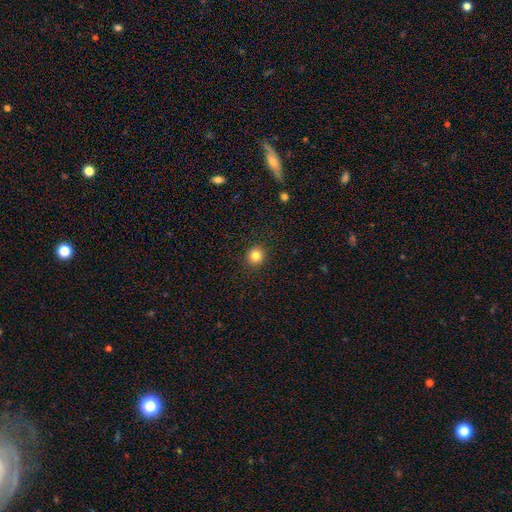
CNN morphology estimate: This is clearly a smooth galaxy (84%). How rounded: clearly round (90%). Merging: clearly none (92%).